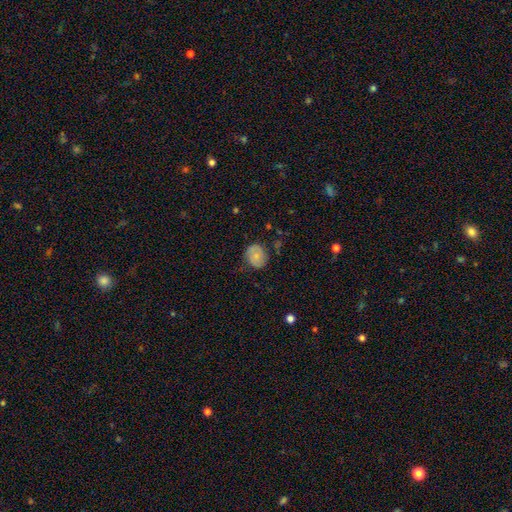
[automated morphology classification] This appears to be a smooth galaxy with no disk features (60%) that is round (71%). Merging: none (68%).